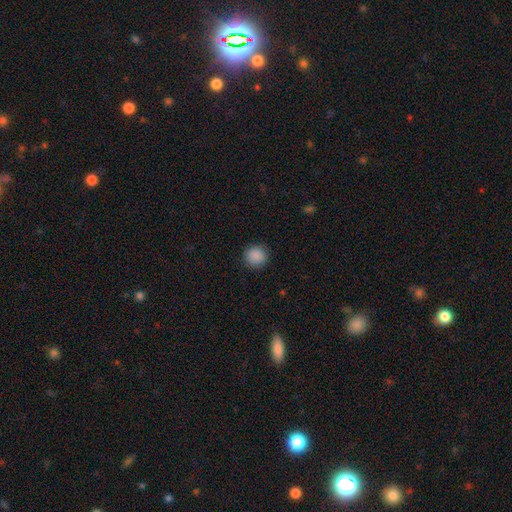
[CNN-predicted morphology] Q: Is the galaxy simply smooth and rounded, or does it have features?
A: smooth — 89%.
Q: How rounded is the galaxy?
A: round — 93%.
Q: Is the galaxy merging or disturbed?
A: none — 90%.